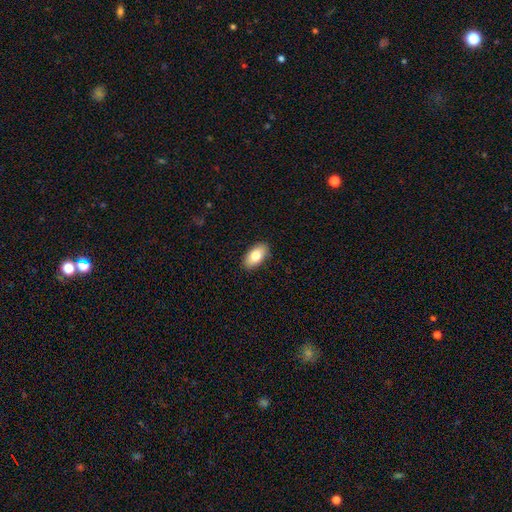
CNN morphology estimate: Smooth or featured: smooth — 79% (featured or disk — 14%)
How rounded: in between — 93% (round — 4%)
Merging: none — 89% (minor disturbance — 9%)